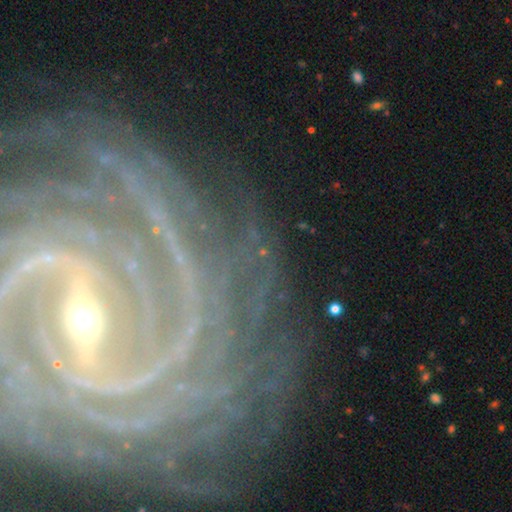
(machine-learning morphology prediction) This appears to be a featured or disk galaxy (90%) with a strong bar (61%), more than 4 (26%) tight (78%) spiral arms (98%) and a small central bulge (66%). Merging: none (79%).